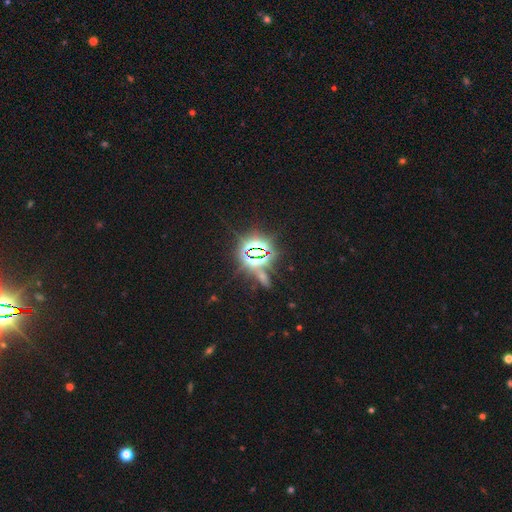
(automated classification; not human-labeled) Smooth or featured? Predicted: star or artifact (p=0.80).